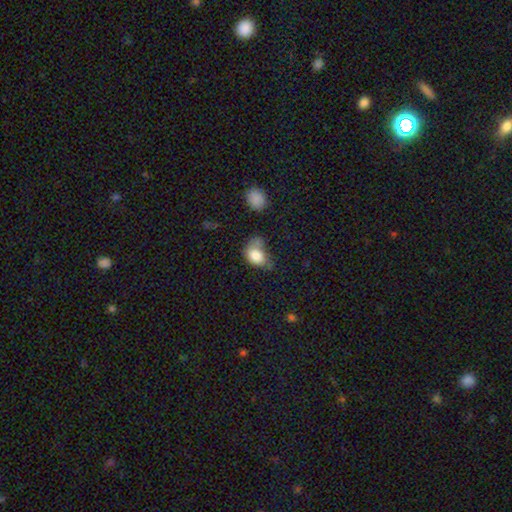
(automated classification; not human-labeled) Q: Smooth or featured?
A: smooth (80%); runner-up: featured or disk (11%)
Q: How rounded?
A: in between (73%); runner-up: round (25%)
Q: Merging?
A: minor disturbance (33%); runner-up: none (28%)